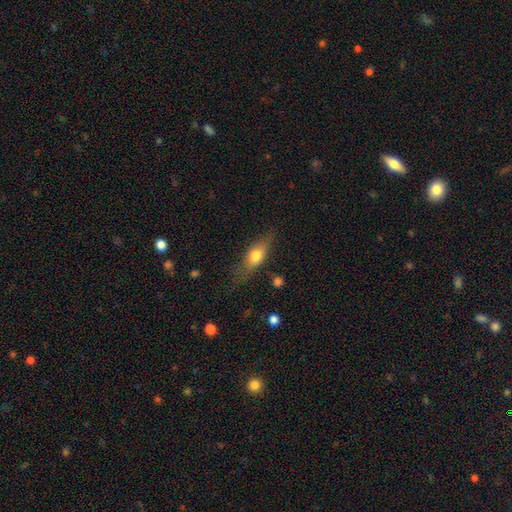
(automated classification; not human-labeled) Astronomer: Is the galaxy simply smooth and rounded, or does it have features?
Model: smooth — 63%.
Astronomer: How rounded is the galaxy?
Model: in between — 63%.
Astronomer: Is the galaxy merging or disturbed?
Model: none — 64%.